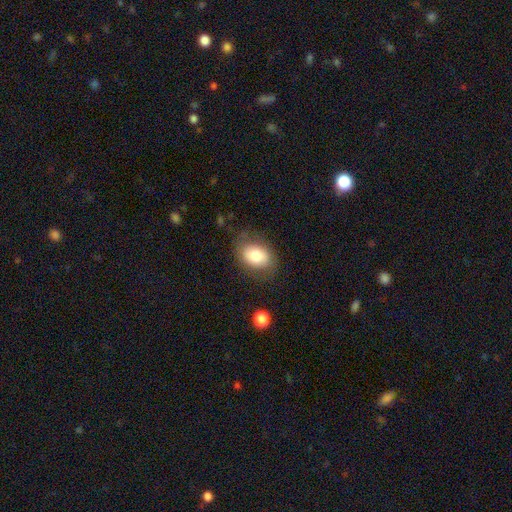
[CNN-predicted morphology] Q: Smooth or featured?
A: smooth (78%); runner-up: featured or disk (15%)
Q: How rounded?
A: in between (76%); runner-up: round (23%)
Q: Merging?
A: none (74%); runner-up: minor disturbance (17%)